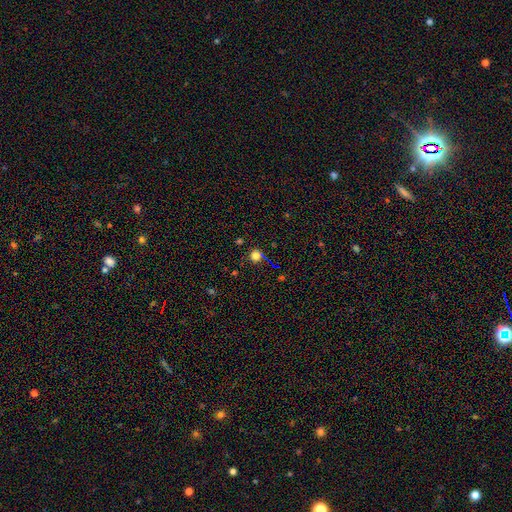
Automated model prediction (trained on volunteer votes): Smooth or featured: smooth — 75% (star or artifact — 19%)
How rounded: round — 93% (in between — 6%)
Merging: none — 80% (minor disturbance — 12%)